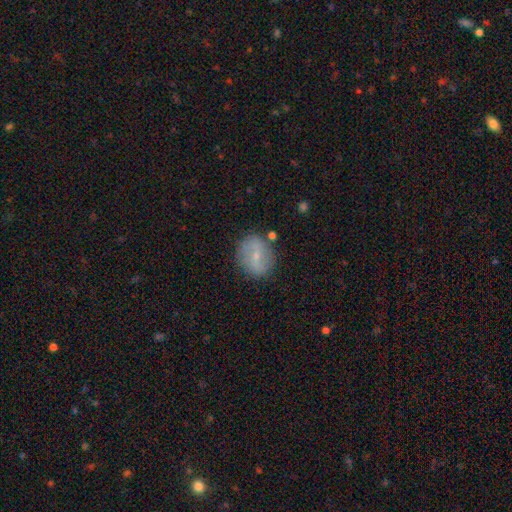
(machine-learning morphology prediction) A featured or disk galaxy (45%, tied with smooth). Merging: none (80%).